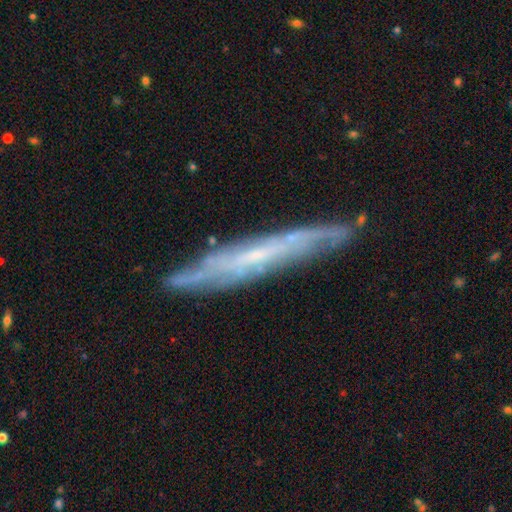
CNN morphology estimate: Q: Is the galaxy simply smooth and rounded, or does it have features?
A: featured or disk — 72%.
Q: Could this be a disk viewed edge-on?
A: yes — 75%.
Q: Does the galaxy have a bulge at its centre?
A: none — 73%.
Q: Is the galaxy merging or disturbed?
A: none — 81%.